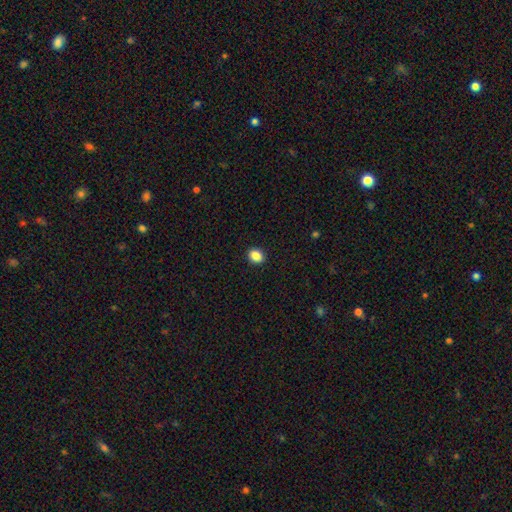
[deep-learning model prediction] smooth-or-featured: smooth: 86% | star or artifact: 10% | featured or disk: 4%
  how-rounded: round: 58% | in between: 41% | cigar-shaped: 1%
  merging: none: 92% | minor disturbance: 6% | major disturbance: 2% | merger: 1%